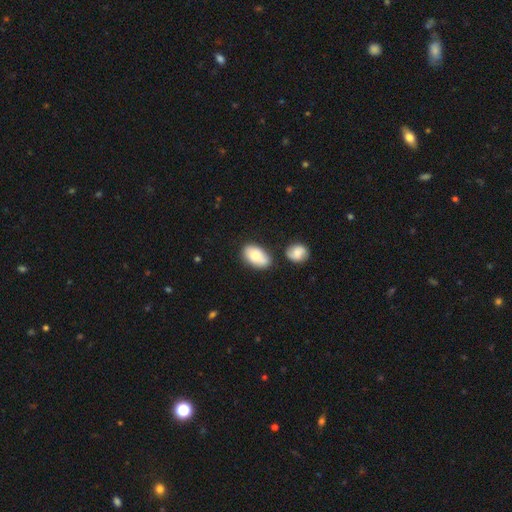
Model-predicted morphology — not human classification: This appears to be a smooth galaxy with no disk features (78%) that is in between round and cigar-shaped (92%). Merging: none (63%).